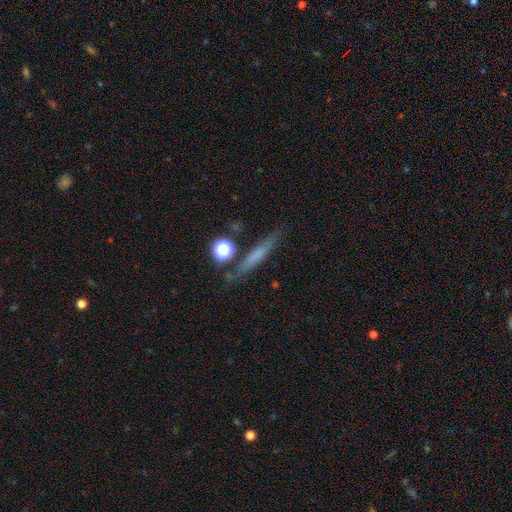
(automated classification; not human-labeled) This is possibly a smooth galaxy (55%). How rounded: clearly cigar-shaped (84%). Merging: likely none (79%).